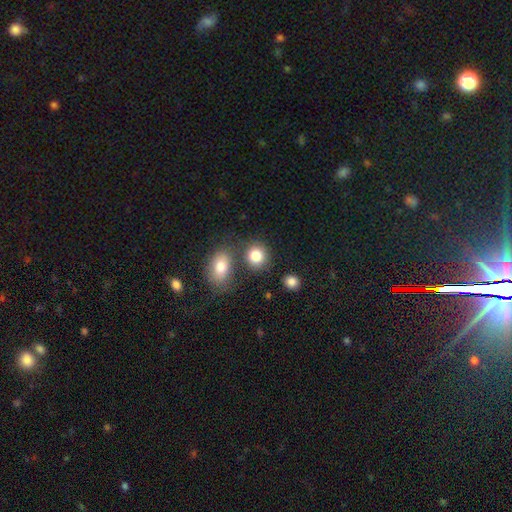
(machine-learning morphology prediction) This is clearly a smooth galaxy (84%). How rounded: likely round (74%). Merging: likely none (66%).